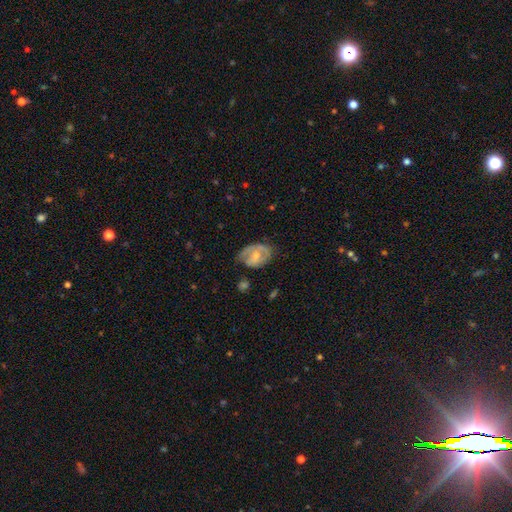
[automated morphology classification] A featured or disk galaxy (56%) with no bar (51%), spiral arms (65%) and a small central bulge (48%).

Vote fractions:
- Smooth or featured? featured or disk: 56% / smooth: 38% / star or artifact: 6%
- Edge-on disk? no: 96% / yes: 4%
- Bar? no: 51% / weak: 38% / strong: 11%
- Spiral arms? yes: 65% / no: 35%
- Bulge size? small: 48% / moderate: 44% / none: 4% / large: 2% / dominant: 1%
- Merging? none: 48% / minor disturbance: 33% / major disturbance: 17% / merger: 2%